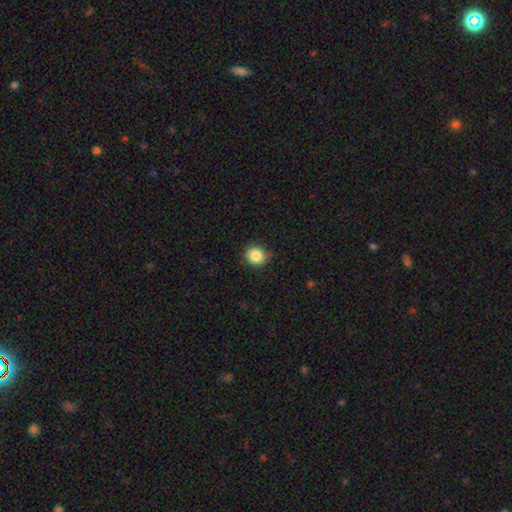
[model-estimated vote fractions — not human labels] Q: Smooth or featured?
A: smooth (87%); runner-up: star or artifact (9%)
Q: How rounded?
A: round (78%); runner-up: in between (21%)
Q: Merging?
A: none (85%); runner-up: minor disturbance (12%)